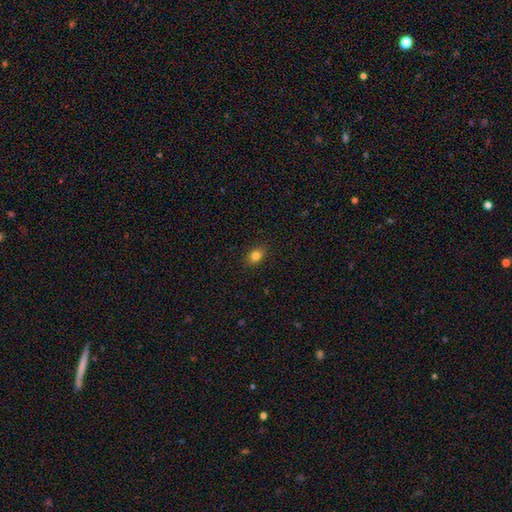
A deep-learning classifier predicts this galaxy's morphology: smooth 82%, star or artifact 11%, featured or disk 6%. Down the decision tree: how rounded — in between (68%); merging — none (89%).